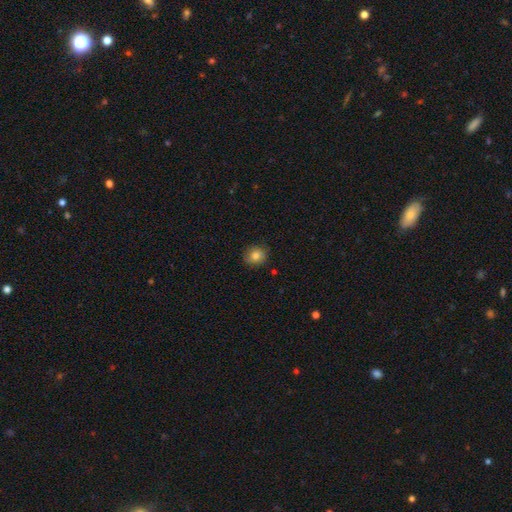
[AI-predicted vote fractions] Smooth or featured? smooth (82%)
How rounded? round (85%)
Merging? none (86%)